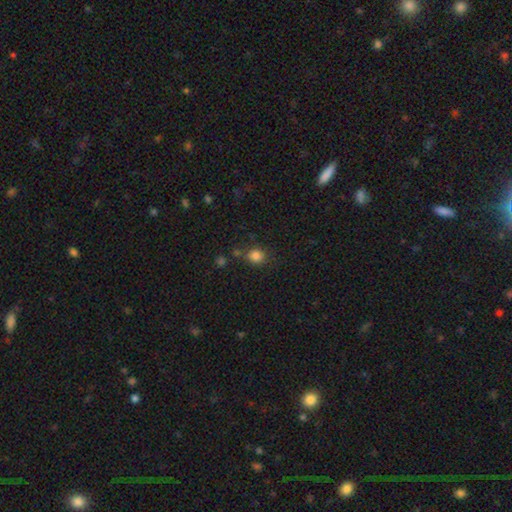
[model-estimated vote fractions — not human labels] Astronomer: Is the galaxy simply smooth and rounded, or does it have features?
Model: smooth — 83%.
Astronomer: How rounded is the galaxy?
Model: round — 82%.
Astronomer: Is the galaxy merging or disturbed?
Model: none — 76%.